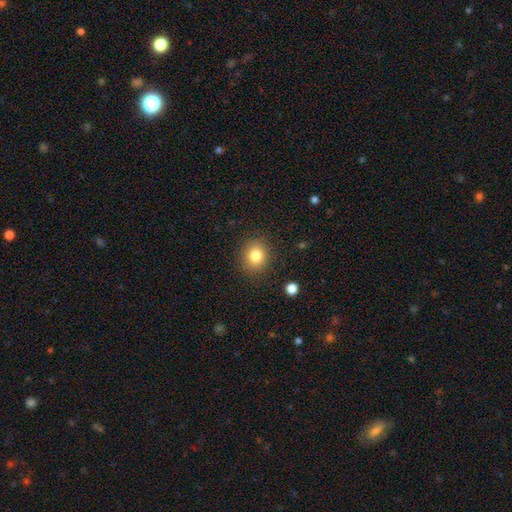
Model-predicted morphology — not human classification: smooth_or_featured: smooth (p=0.81) [alt: star or artifact p=0.11]
how_rounded: round (p=0.75) [alt: in between p=0.24]
merging: none (p=0.88) [alt: minor disturbance p=0.08]